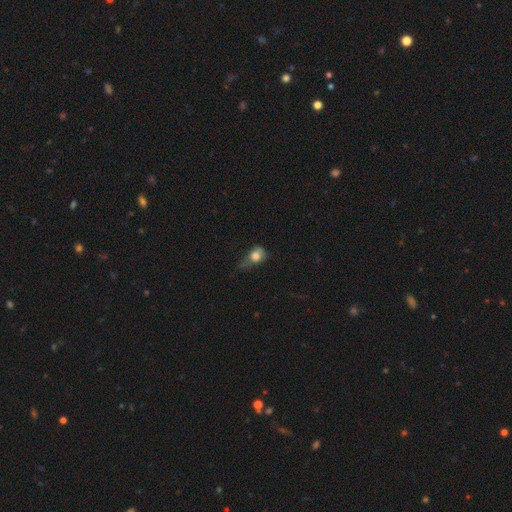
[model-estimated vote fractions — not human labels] smooth_or_featured: smooth (p=0.73) [alt: featured or disk p=0.17]
how_rounded: in between (p=0.53) [alt: round p=0.44]
merging: major disturbance (p=0.38) [alt: minor disturbance p=0.34]